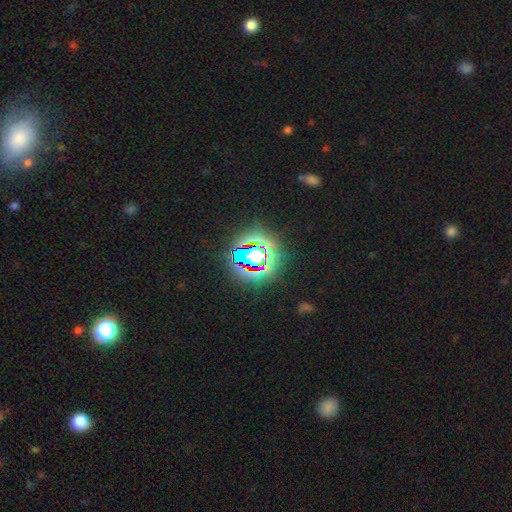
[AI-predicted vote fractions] Smooth or featured: star or artifact — 65% (smooth — 22%)